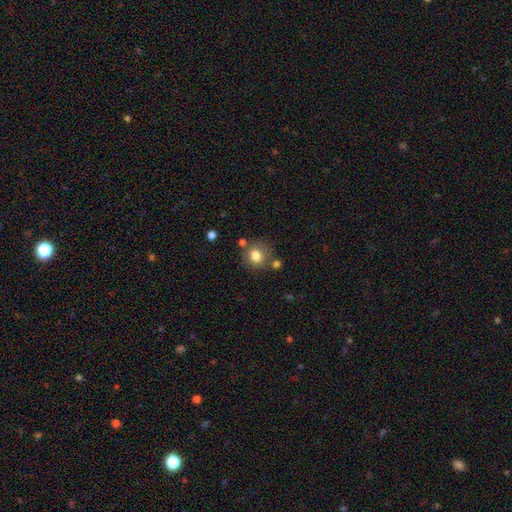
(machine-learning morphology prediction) Smooth or featured? Predicted: smooth (p=0.80). How rounded? Predicted: round (p=0.83). Merging? Predicted: none (p=0.74).